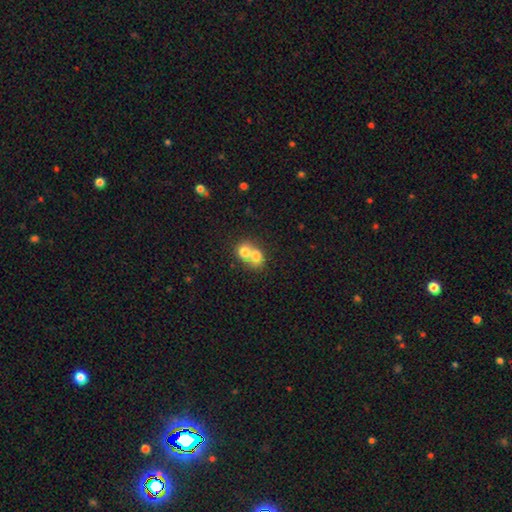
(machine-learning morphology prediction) type=smooth (71%); roundness=round (59%); merging=merger (74%).